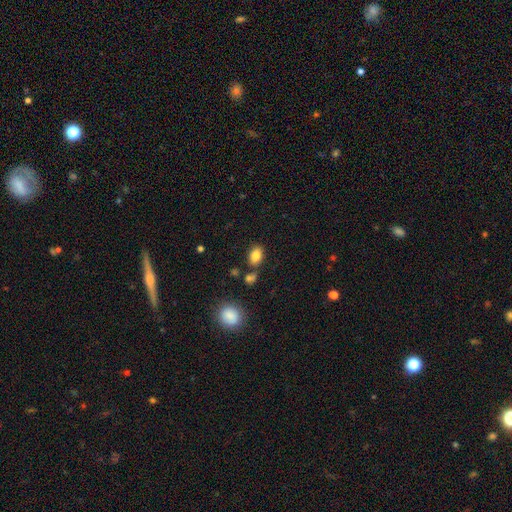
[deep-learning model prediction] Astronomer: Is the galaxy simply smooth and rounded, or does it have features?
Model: smooth — 84%.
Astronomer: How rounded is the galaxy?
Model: in between — 82%.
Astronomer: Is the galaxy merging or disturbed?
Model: none — 73%.